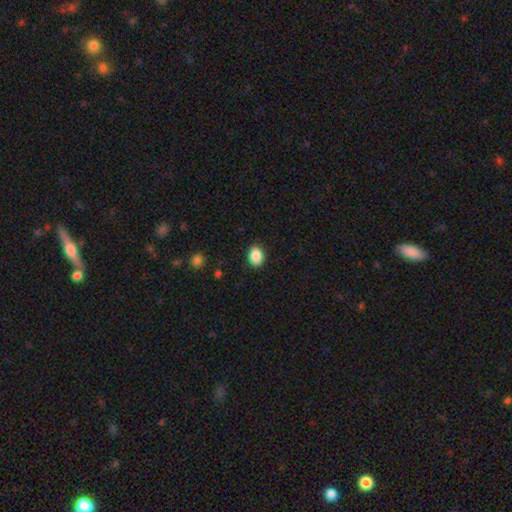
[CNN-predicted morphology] smooth 88%, star or artifact 8%, featured or disk 4%. Down the decision tree: how rounded — in between (73%); merging — none (89%).